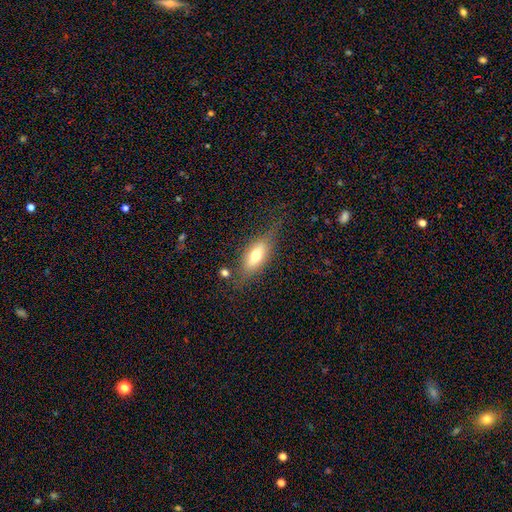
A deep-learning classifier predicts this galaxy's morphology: Overall: smooth (55%; featured or disk 37%). How rounded: in between (67%; cigar-shaped 29%). Merging: none (68%).